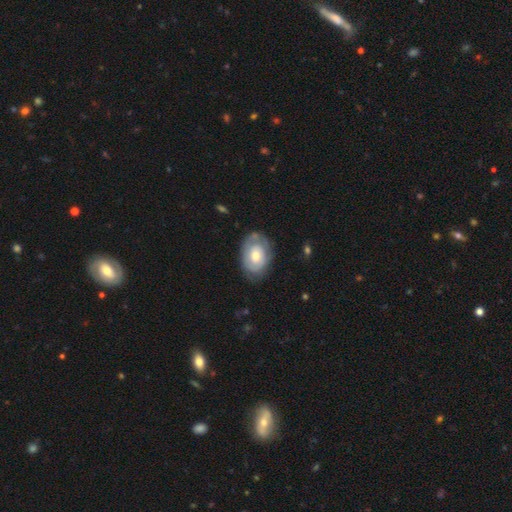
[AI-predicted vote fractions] Smooth or featured? featured or disk (49%)
Merging? none (69%)